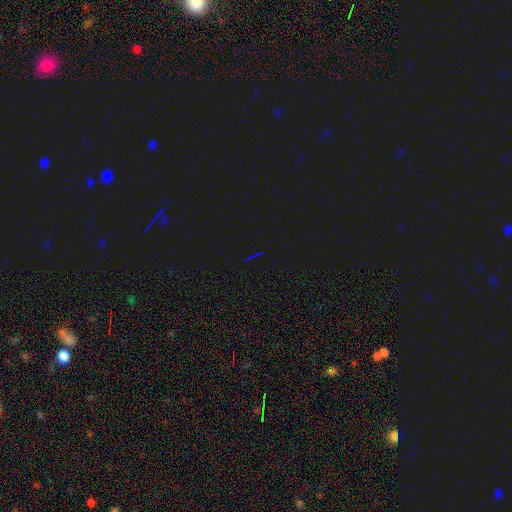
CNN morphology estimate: Smooth or featured: star or artifact — 76% (smooth — 12%)